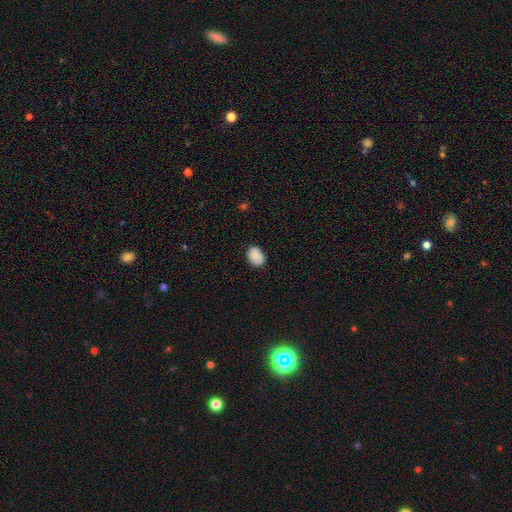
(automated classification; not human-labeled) smooth_or_featured: smooth (p=0.87) [alt: star or artifact p=0.08]
how_rounded: in between (p=0.74) [alt: round p=0.25]
merging: none (p=0.78) [alt: minor disturbance p=0.17]